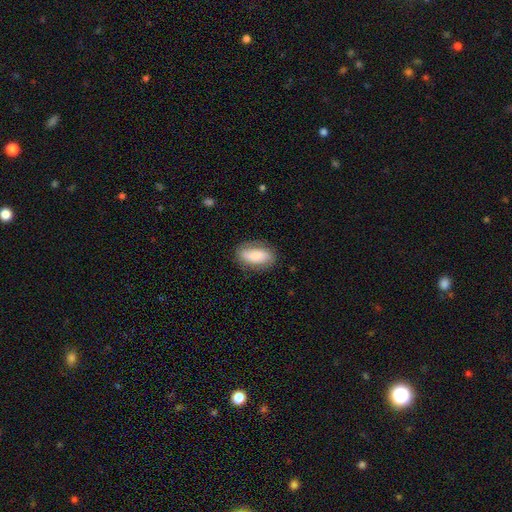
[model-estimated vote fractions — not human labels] A smooth galaxy with no disk features (75%) that is in between round and cigar-shaped (87%).

Vote fractions:
- Smooth or featured? smooth: 75% / featured or disk: 19% / star or artifact: 7%
- How rounded? in between: 87% / cigar-shaped: 9% / round: 4%
- Merging? none: 79% / minor disturbance: 15% / major disturbance: 5% / merger: 1%